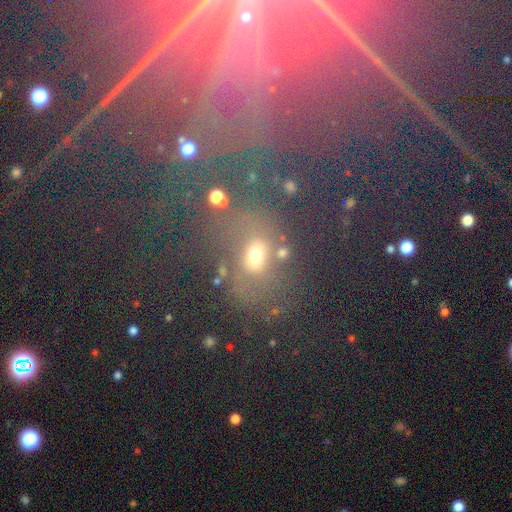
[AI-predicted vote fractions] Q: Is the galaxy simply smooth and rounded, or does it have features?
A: smooth — 49%.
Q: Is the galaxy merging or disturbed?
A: none — 52%.